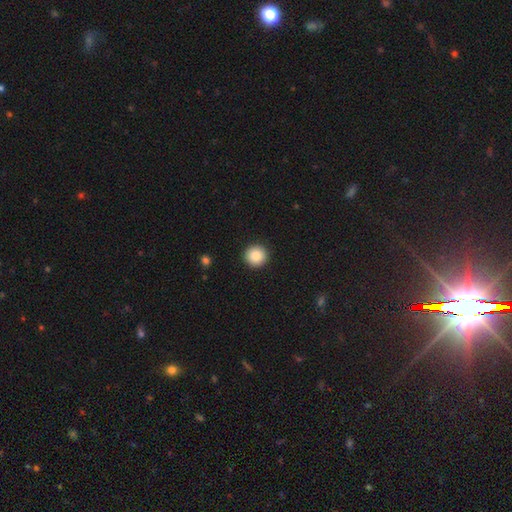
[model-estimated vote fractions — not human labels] This is clearly a smooth galaxy (86%). How rounded: clearly round (95%). Merging: clearly none (93%).